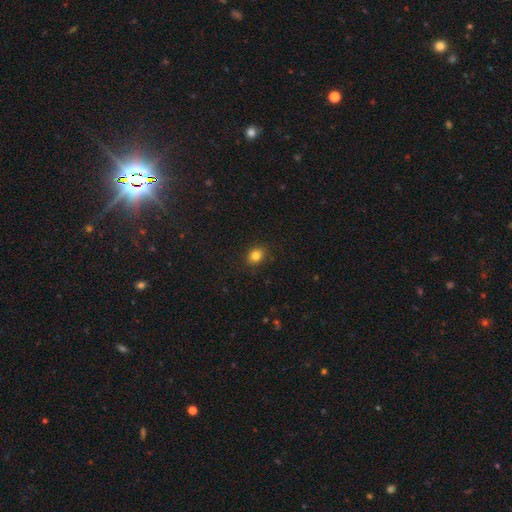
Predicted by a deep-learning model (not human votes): This appears to be a smooth galaxy with no disk features (83%) that is round (56%). Merging: none (88%).